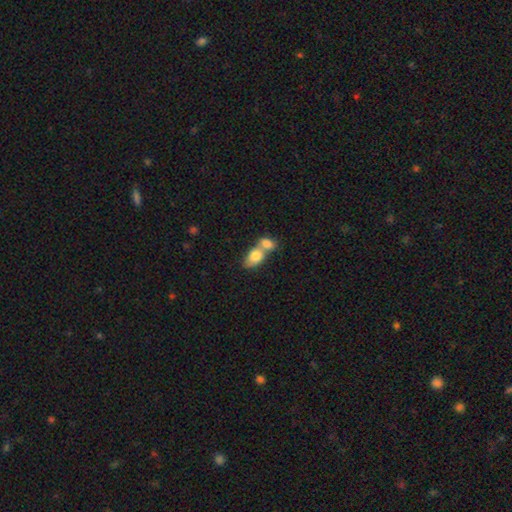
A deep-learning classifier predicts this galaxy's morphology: The model was most divided on "merging": merger: 72%, none: 19%, minor disturbance: 6%, major disturbance: 3%. More confident: how rounded — in between (84%); smooth or featured — smooth (80%).